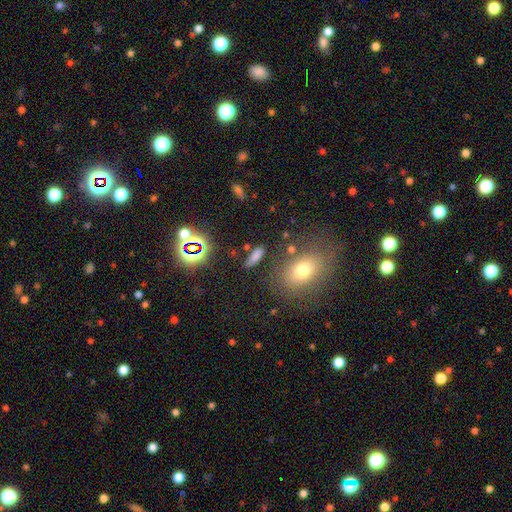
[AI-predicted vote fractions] A smooth galaxy with no disk features (70%) that is in between round and cigar-shaped (56%). Merging: none (71%).